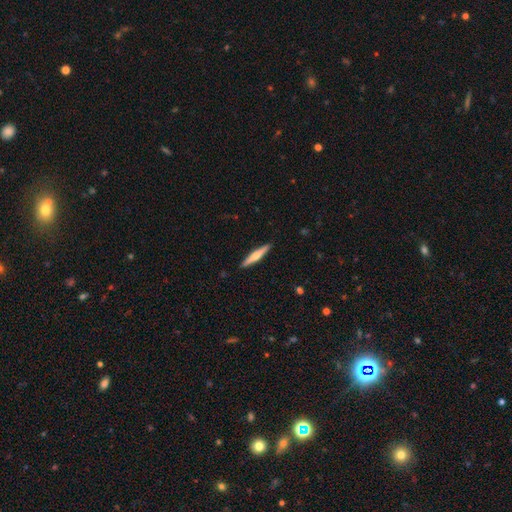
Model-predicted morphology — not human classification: Smooth or featured? smooth (49%)
Merging? none (91%)